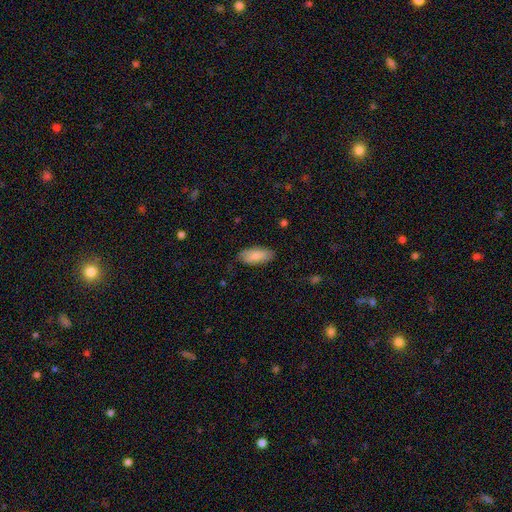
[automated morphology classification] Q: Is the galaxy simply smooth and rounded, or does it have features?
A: smooth — 83%.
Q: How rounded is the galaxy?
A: in between — 86%.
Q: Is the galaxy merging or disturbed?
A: none — 81%.